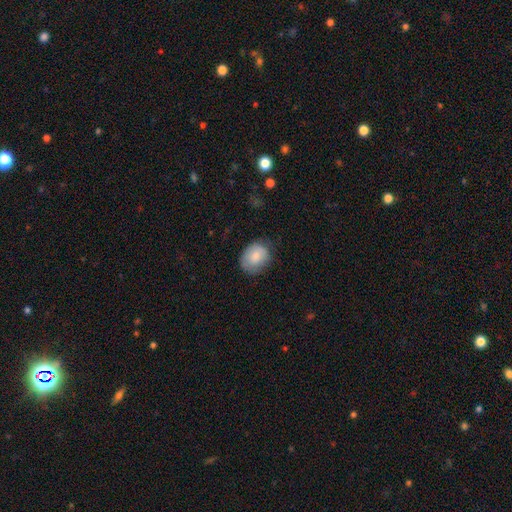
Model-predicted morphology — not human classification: Smooth or featured? smooth (79%)
How rounded? in between (53%)
Merging? none (65%)